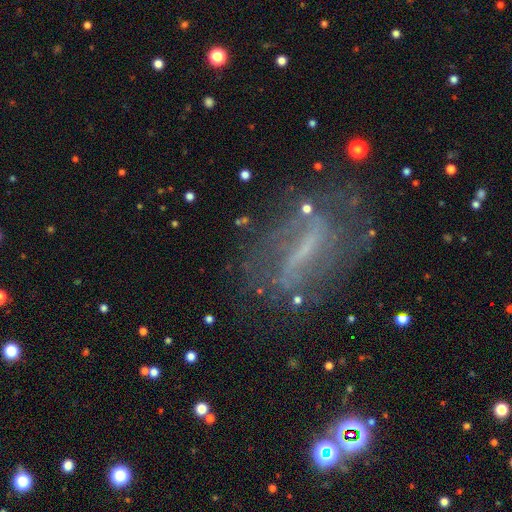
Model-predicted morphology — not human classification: featured or disk 66%, smooth 19%, star or artifact 15%. Down the decision tree: edge-on disk — no (71%); merging — none (67%).